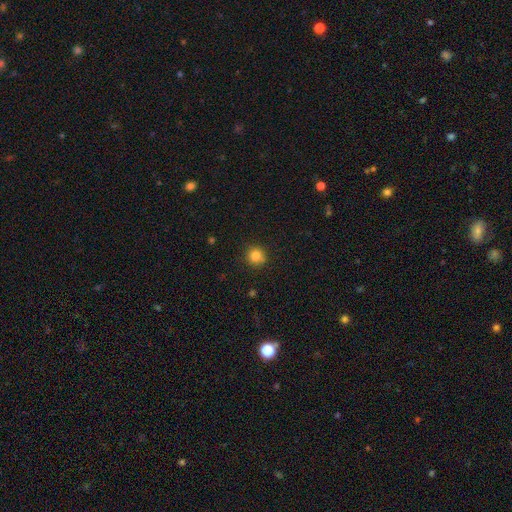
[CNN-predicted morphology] Q: Smooth or featured?
A: smooth (82%); runner-up: star or artifact (12%)
Q: How rounded?
A: round (92%); runner-up: in between (7%)
Q: Merging?
A: none (81%); runner-up: minor disturbance (11%)